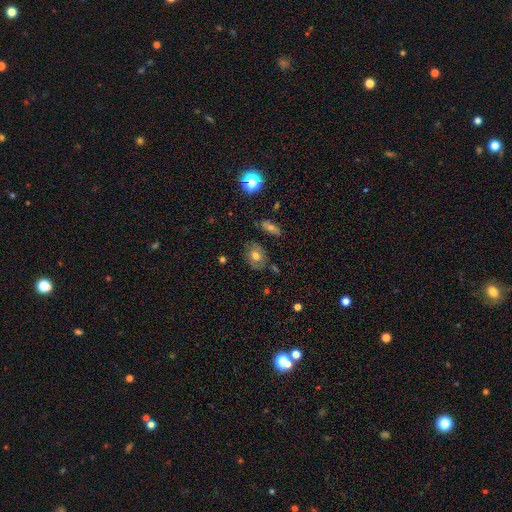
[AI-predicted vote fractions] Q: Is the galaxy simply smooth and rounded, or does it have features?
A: smooth — 64%.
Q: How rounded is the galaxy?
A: in between — 57%.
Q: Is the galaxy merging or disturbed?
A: none — 72%.